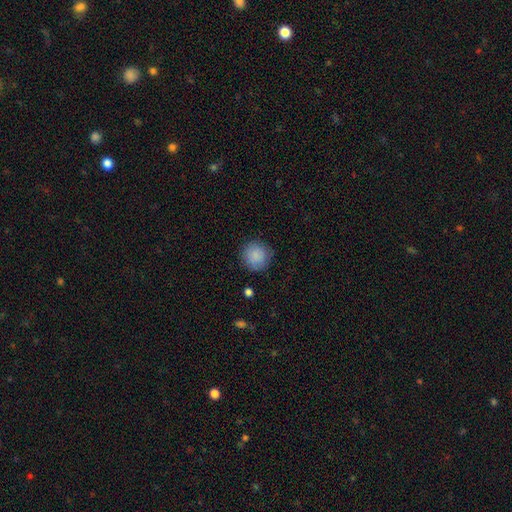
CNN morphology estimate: Smooth or featured? Predicted: smooth (p=0.87). How rounded? Predicted: round (p=0.93). Merging? Predicted: none (p=0.85).